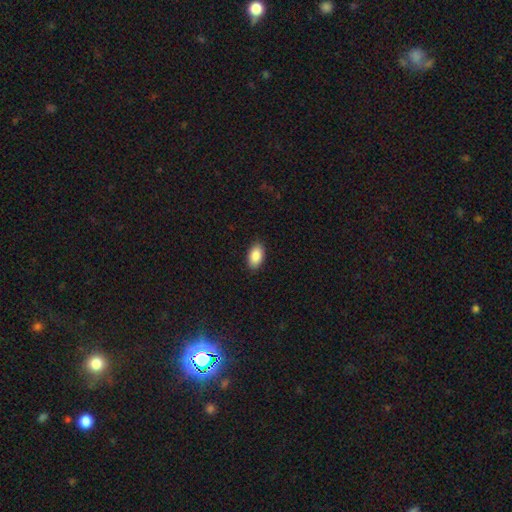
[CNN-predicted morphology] The model was most divided on "merging": none: 89%, minor disturbance: 8%, major disturbance: 2%, merger: 1%. More confident: how rounded — in between (94%); smooth or featured — smooth (89%).